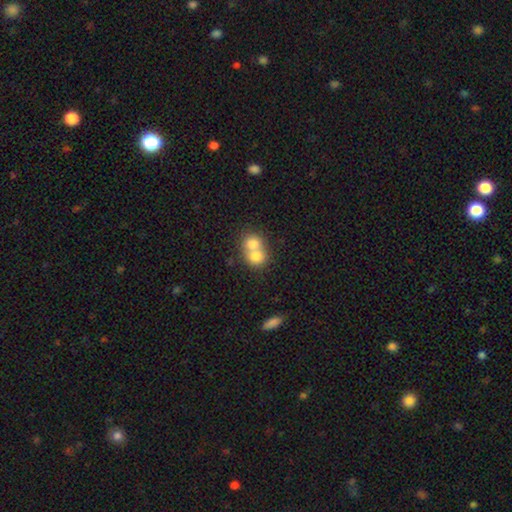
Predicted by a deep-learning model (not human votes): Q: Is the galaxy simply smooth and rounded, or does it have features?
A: smooth — 74%.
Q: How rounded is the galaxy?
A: round — 68%.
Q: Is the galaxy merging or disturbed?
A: merger — 72%.